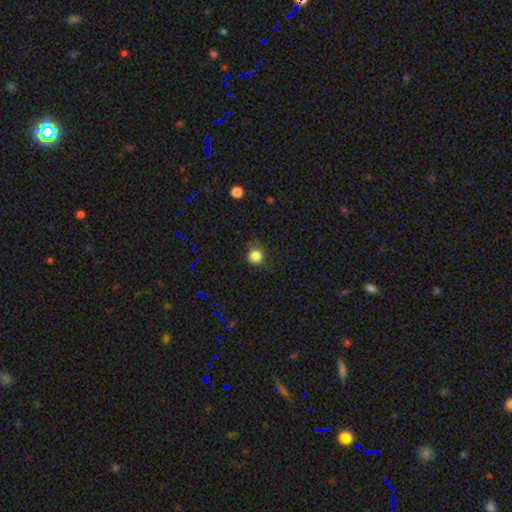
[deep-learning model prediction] Smooth or featured: smooth — 82% (star or artifact — 14%)
How rounded: round — 92% (in between — 7%)
Merging: none — 80% (minor disturbance — 14%)